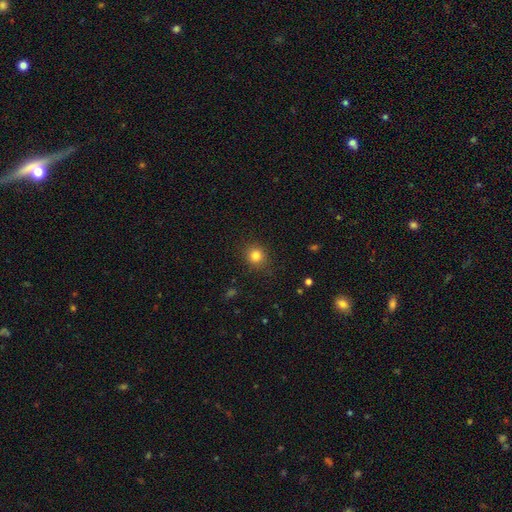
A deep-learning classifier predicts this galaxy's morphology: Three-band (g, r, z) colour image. It shows a smooth galaxy with no disk features (82%) that is round (85%). Merging: none (88%).